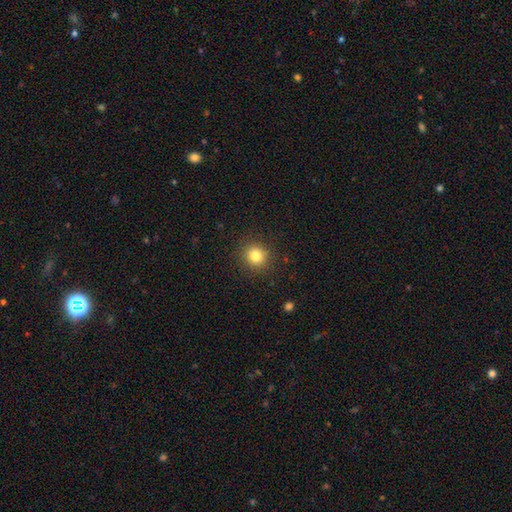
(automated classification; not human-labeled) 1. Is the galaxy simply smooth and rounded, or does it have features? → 82% smooth, 12% star or artifact, 6% featured or disk.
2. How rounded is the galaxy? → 90% round, 9% in between, 1% cigar-shaped.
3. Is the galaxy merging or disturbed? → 90% none, 7% minor disturbance, 3% major disturbance, 1% merger.